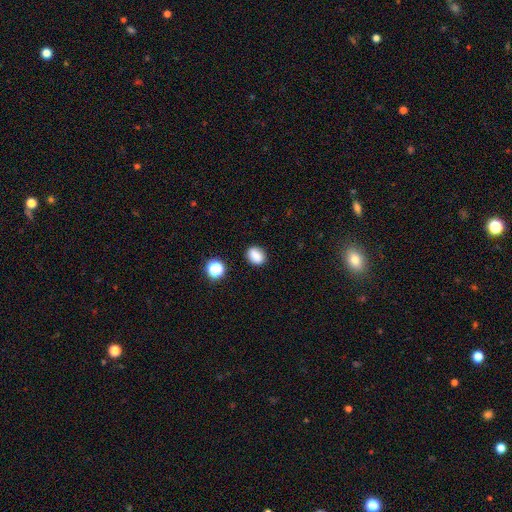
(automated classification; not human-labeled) smooth 84%, star or artifact 11%, featured or disk 5%. Down the decision tree: how rounded — in between (54%); merging — none (84%).